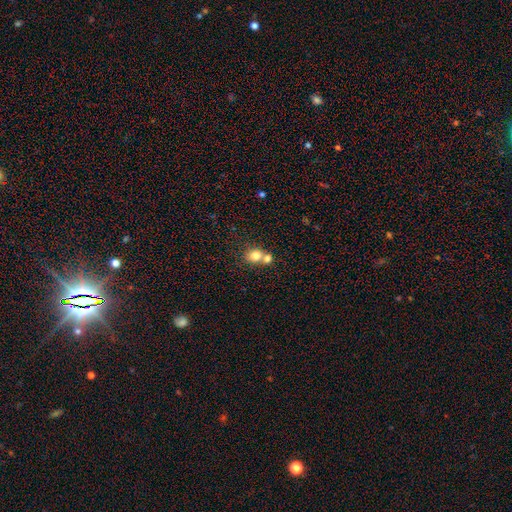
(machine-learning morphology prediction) type=smooth (79%); roundness=round (69%); merging=merger (52%).